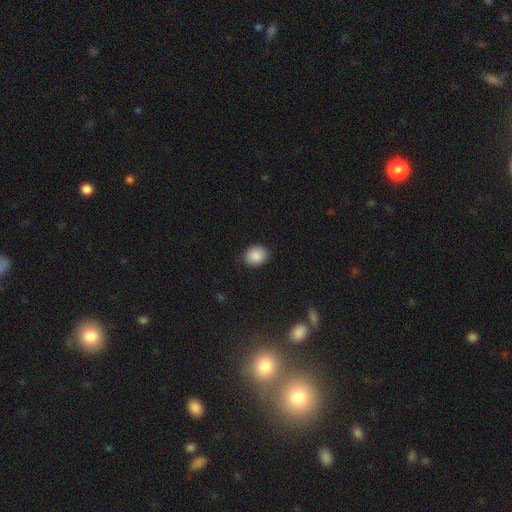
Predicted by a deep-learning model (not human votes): Smooth or featured: smooth — 88% (star or artifact — 8%)
How rounded: round — 64% (in between — 35%)
Merging: none — 88% (minor disturbance — 9%)